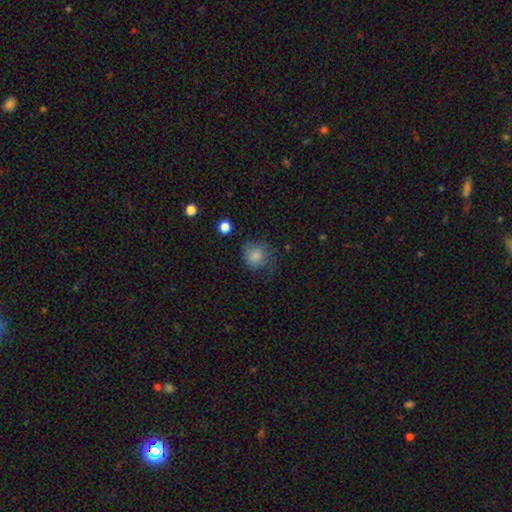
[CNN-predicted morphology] smooth-or-featured: smooth: 81% | featured or disk: 10% | star or artifact: 10%
  how-rounded: round: 86% | in between: 13% | cigar-shaped: 1%
  merging: none: 59% | minor disturbance: 25% | major disturbance: 14% | merger: 2%